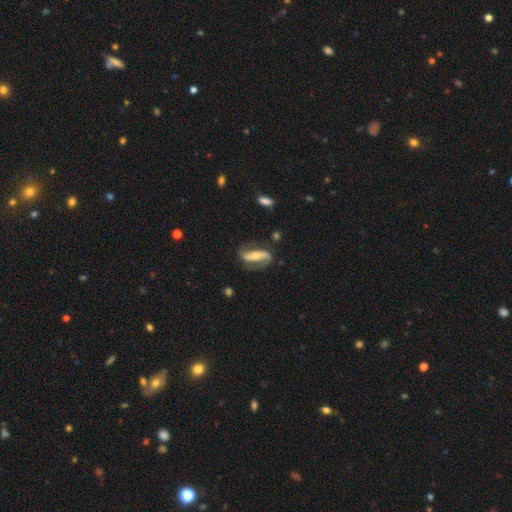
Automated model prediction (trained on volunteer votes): The model was most divided on "bulge size": moderate: 46%, small: 44%, large: 5%, none: 3%, dominant: 2%. Remaining: spiral arms — yes (92%); edge-on disk — no (89%); spiral arm count — 2 (89%); smooth or featured — featured or disk (80%); merging — none (71%); bar — strong (55%); spiral winding — loose (49%).